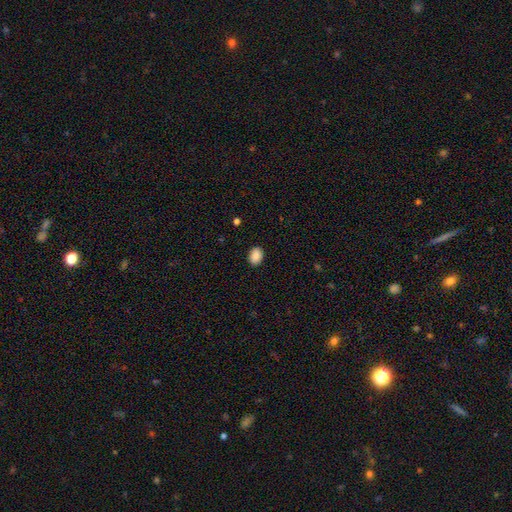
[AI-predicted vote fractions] This is clearly a smooth galaxy (89%). How rounded: likely in between (72%). Merging: clearly none (88%).